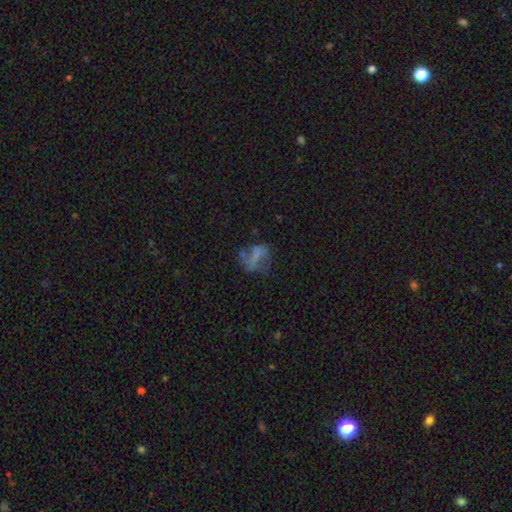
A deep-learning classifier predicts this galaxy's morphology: Smooth or featured? Predicted: smooth (p=0.47). Merging? Predicted: none (p=0.35).